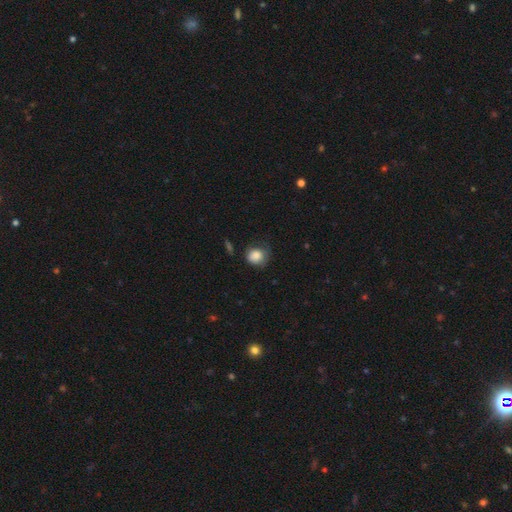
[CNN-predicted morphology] Smooth or featured: smooth — 82% (featured or disk — 9%)
How rounded: round — 70% (in between — 29%)
Merging: none — 47% (minor disturbance — 34%)